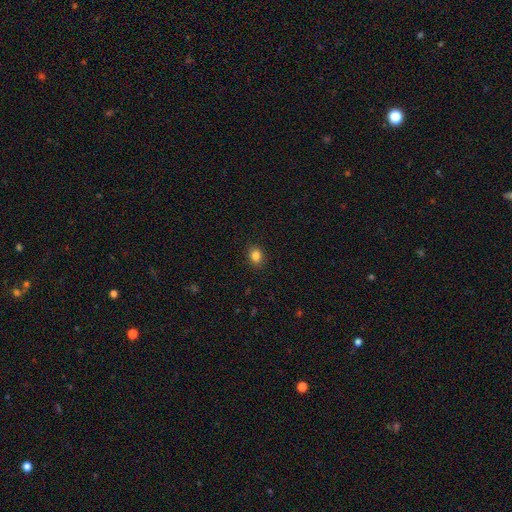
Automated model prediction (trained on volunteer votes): Smooth or featured?
  - smooth: 84% *
  - star or artifact: 11%
  - featured or disk: 5%
How rounded?
  - in between: 52% *
  - round: 47%
  - cigar-shaped: 1%
Merging?
  - none: 89% *
  - minor disturbance: 8%
  - major disturbance: 2%
  - merger: 1%